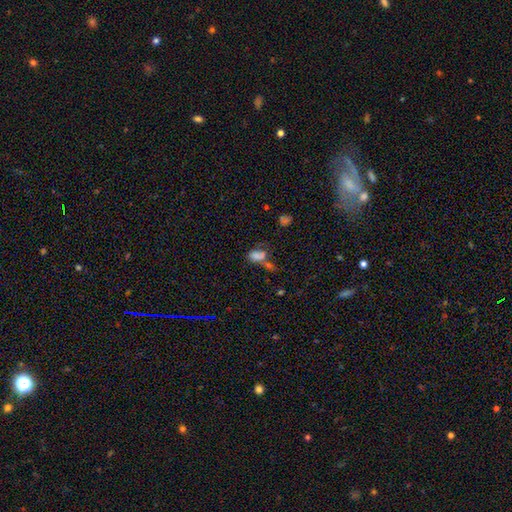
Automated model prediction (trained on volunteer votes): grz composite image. It shows a smooth galaxy with no disk features (70%) that is in between round and cigar-shaped (83%). Merging: merger (34%).